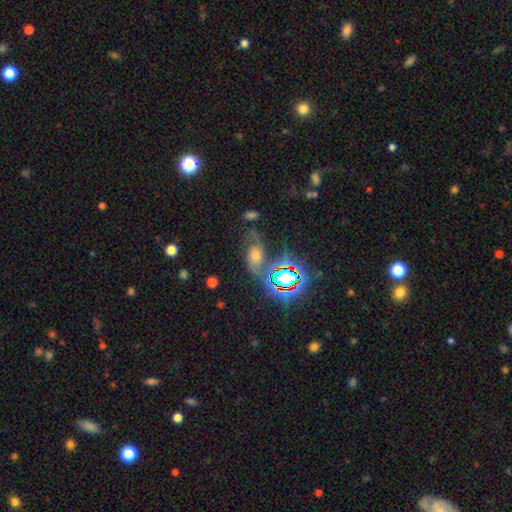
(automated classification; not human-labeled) This appears to be a star or artifact, not a galaxy (36%).